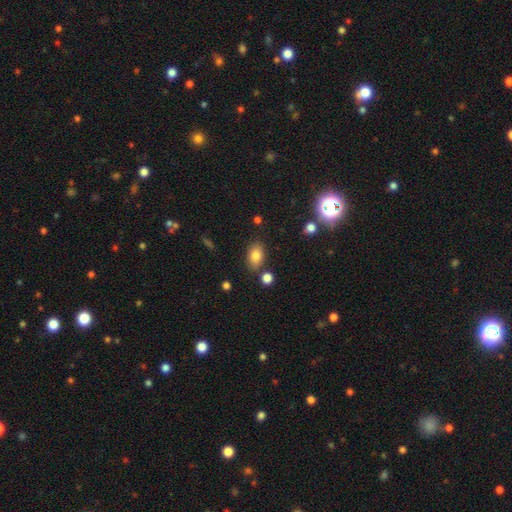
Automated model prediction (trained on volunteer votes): smooth-or-featured: smooth: 82% | star or artifact: 10% | featured or disk: 8%
  how-rounded: in between: 86% | round: 12% | cigar-shaped: 2%
  merging: none: 79% | minor disturbance: 12% | merger: 6% | major disturbance: 3%